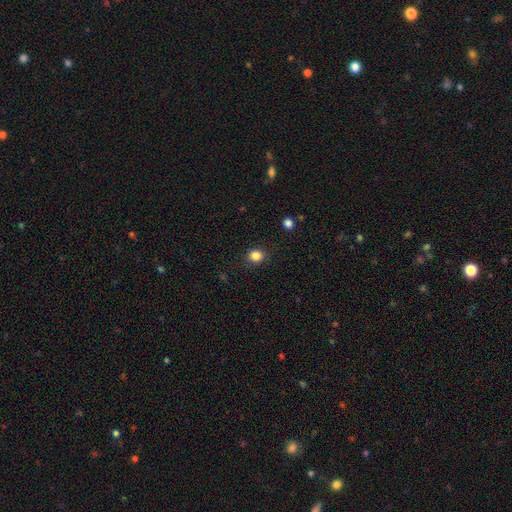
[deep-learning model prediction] A smooth galaxy with no disk features (85%) that is round (79%). Merging: none (87%).